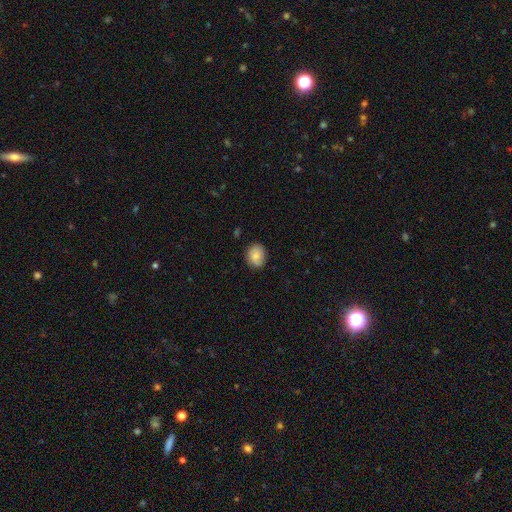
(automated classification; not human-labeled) smooth-or-featured: smooth: 81% | featured or disk: 12% | star or artifact: 8%
  how-rounded: round: 58% | in between: 41% | cigar-shaped: 1%
  merging: none: 80% | minor disturbance: 16% | major disturbance: 3% | merger: 1%